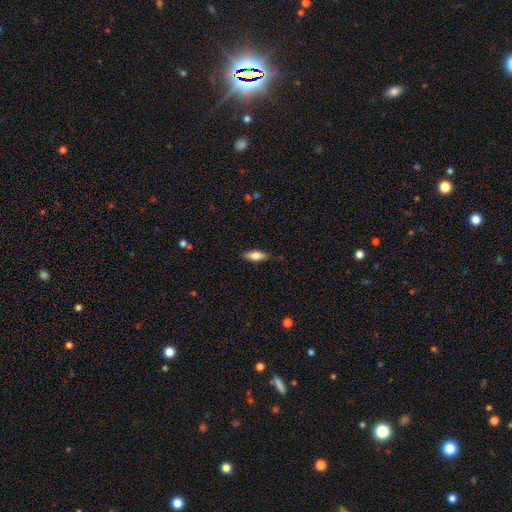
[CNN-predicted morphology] Smooth or featured: smooth — 73% (featured or disk — 20%)
How rounded: in between — 65% (cigar-shaped — 33%)
Merging: none — 83% (minor disturbance — 13%)